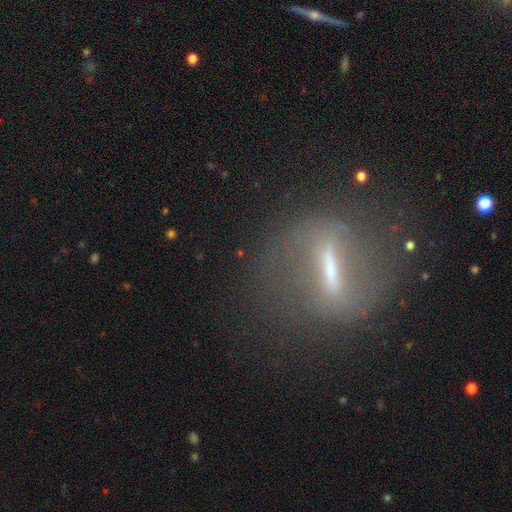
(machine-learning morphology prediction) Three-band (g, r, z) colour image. It shows a featured or disk galaxy (68%). Merging: none (78%).